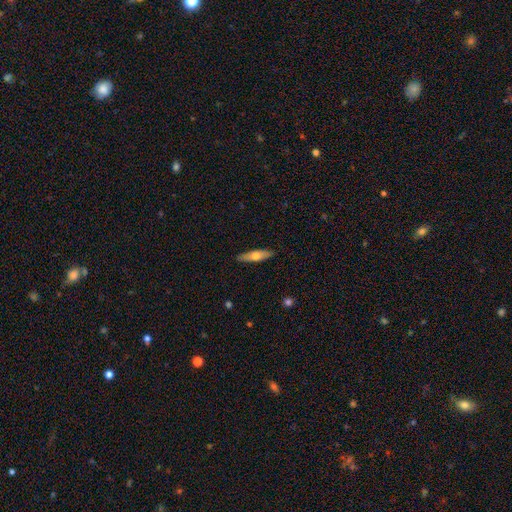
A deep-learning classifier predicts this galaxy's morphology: smooth-or-featured: smooth: 53% | featured or disk: 41% | star or artifact: 6%
  how-rounded: cigar-shaped: 69% | in between: 29% | round: 2%
  merging: none: 89% | minor disturbance: 9% | major disturbance: 2% | merger: 1%